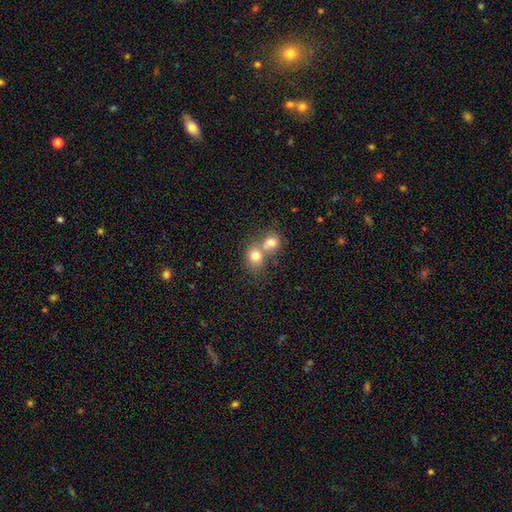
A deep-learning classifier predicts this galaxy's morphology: Smooth or featured? smooth (75%)
How rounded? round (68%)
Merging? merger (63%)